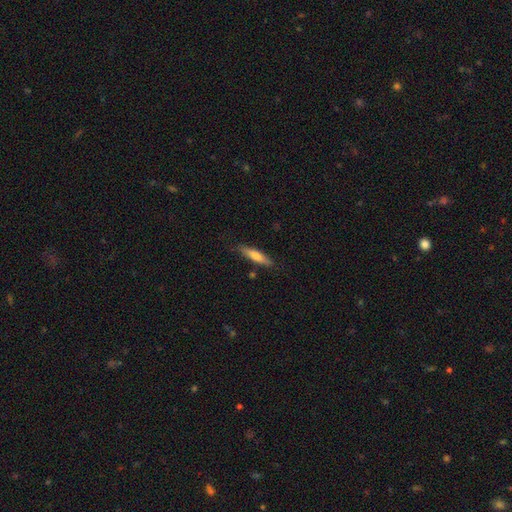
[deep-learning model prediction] A smooth galaxy with no disk features (69%) that is cigar-shaped (78%).

Vote fractions:
- Smooth or featured? smooth: 69% / featured or disk: 26% / star or artifact: 6%
- How rounded? cigar-shaped: 78% / in between: 21% / round: 2%
- Merging? none: 81% / minor disturbance: 14% / major disturbance: 2% / merger: 2%